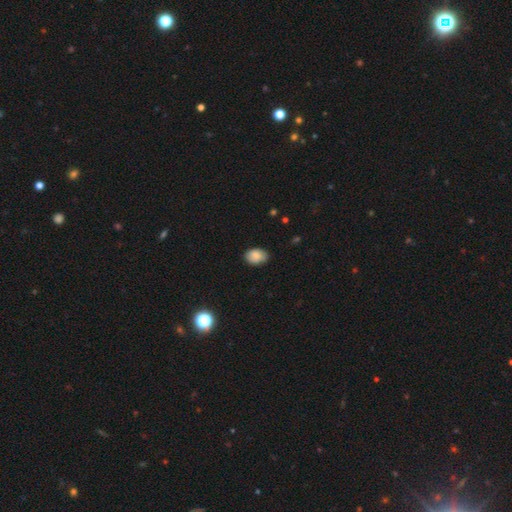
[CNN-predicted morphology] A smooth galaxy with no disk features (86%) that is in between round and cigar-shaped (79%). Merging: none (80%).